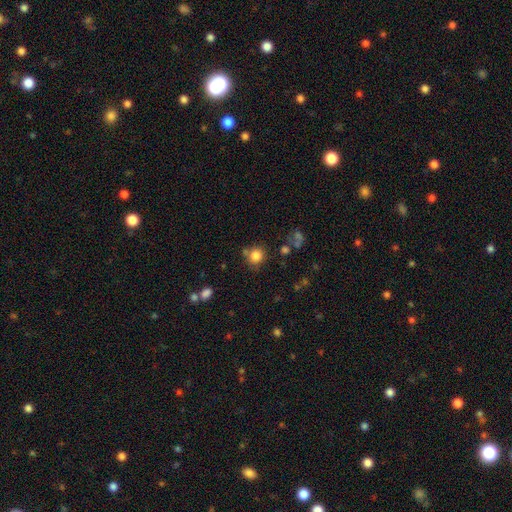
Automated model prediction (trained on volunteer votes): Smooth or featured: smooth — 82% (star or artifact — 12%)
How rounded: round — 87% (in between — 12%)
Merging: none — 73% (minor disturbance — 13%)